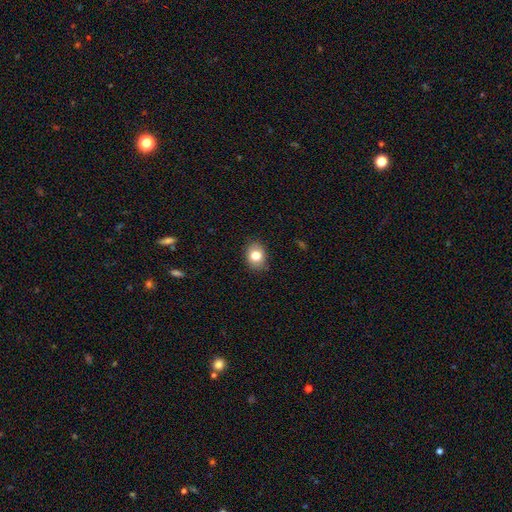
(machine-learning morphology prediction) Smooth or featured? smooth (79%)
How rounded? in between (54%)
Merging? none (86%)